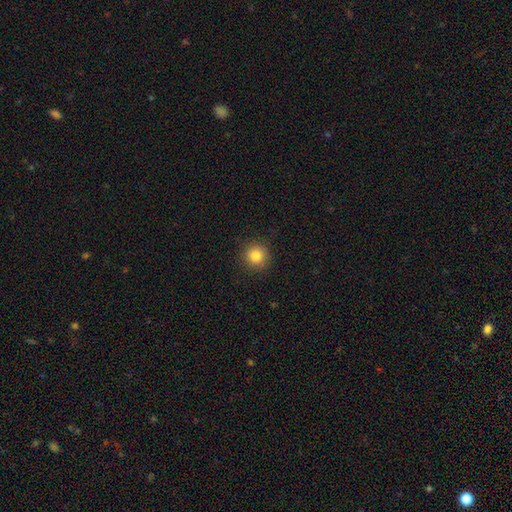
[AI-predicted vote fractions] Smooth or featured? Predicted: smooth (p=0.83). How rounded? Predicted: round (p=0.94). Merging? Predicted: none (p=0.90).